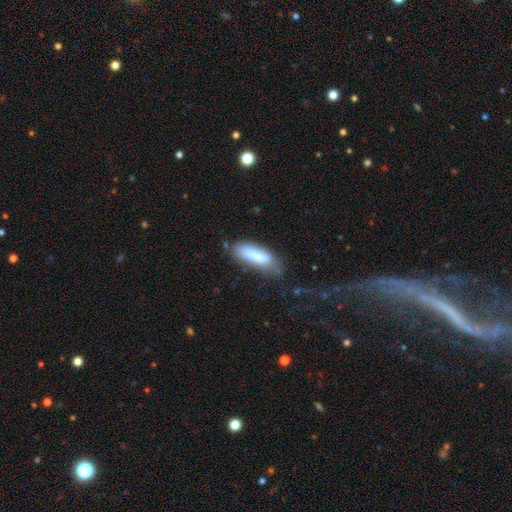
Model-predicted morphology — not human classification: smooth-or-featured: smooth: 74% | featured or disk: 19% | star or artifact: 7%
  how-rounded: cigar-shaped: 55% | in between: 43% | round: 2%
  merging: none: 57% | minor disturbance: 27% | major disturbance: 10% | merger: 6%